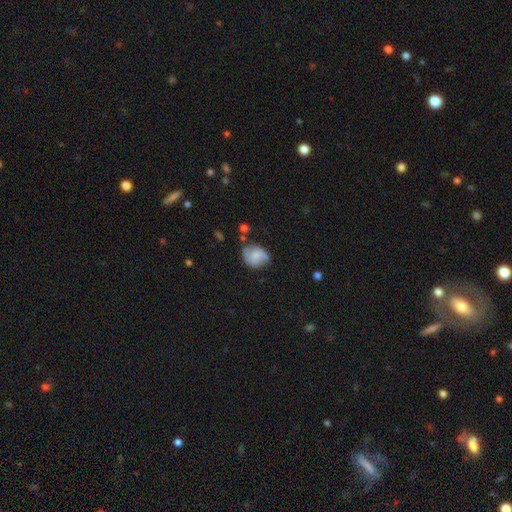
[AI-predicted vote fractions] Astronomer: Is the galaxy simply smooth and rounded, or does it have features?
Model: smooth — 53% (runner-up: featured or disk, 39%).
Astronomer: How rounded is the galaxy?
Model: round — 56% (runner-up: in between, 43%).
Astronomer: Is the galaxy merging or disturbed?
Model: none — 57%.